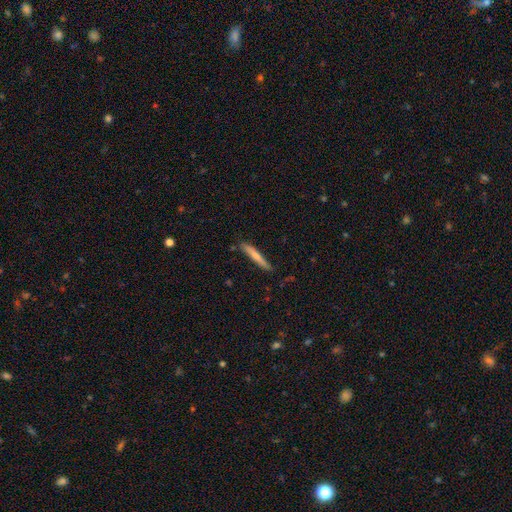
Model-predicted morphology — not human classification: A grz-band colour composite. It shows a smooth galaxy with no disk features (64%) that is cigar-shaped (94%). Merging: none (81%).